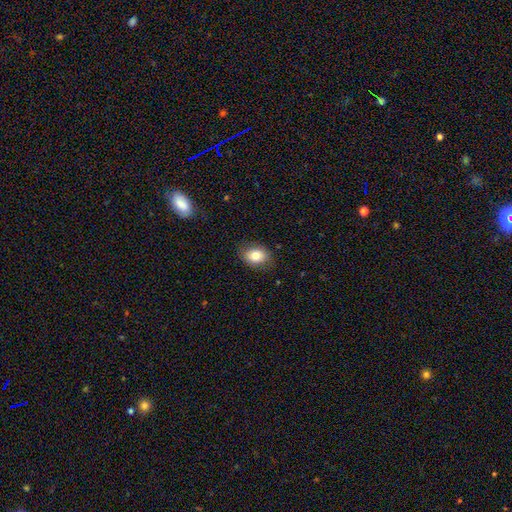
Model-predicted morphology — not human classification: Q: Smooth or featured?
A: smooth (80%); runner-up: featured or disk (11%)
Q: How rounded?
A: in between (70%); runner-up: round (29%)
Q: Merging?
A: none (81%); runner-up: minor disturbance (14%)